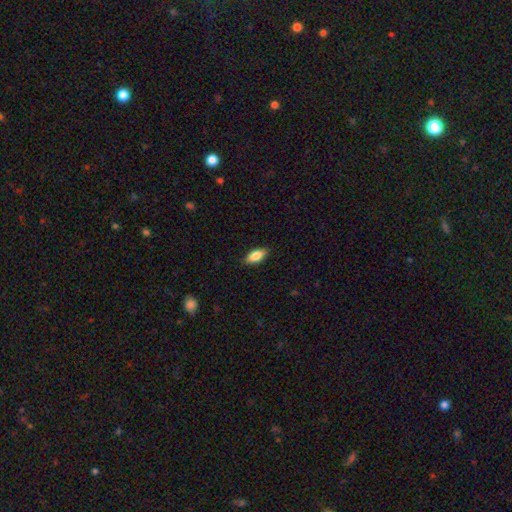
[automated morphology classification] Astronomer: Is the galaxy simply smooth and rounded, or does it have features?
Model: smooth — 80%.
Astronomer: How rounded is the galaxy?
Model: in between — 86%.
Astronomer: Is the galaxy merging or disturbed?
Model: none — 86%.